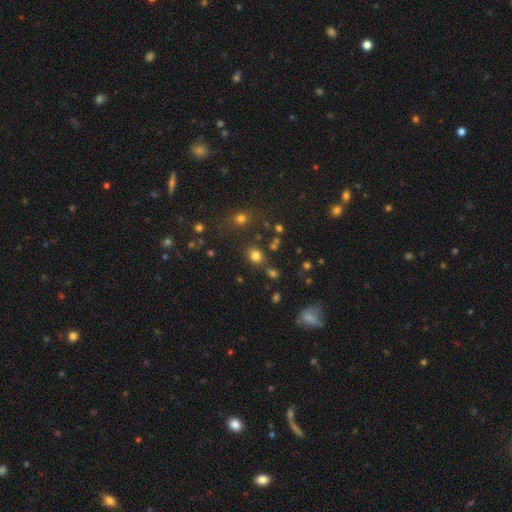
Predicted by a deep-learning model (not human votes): The model was most divided on "how rounded": round: 64%, in between: 35%, cigar-shaped: 1%. More confident: smooth or featured — smooth (77%); merging — none (74%).